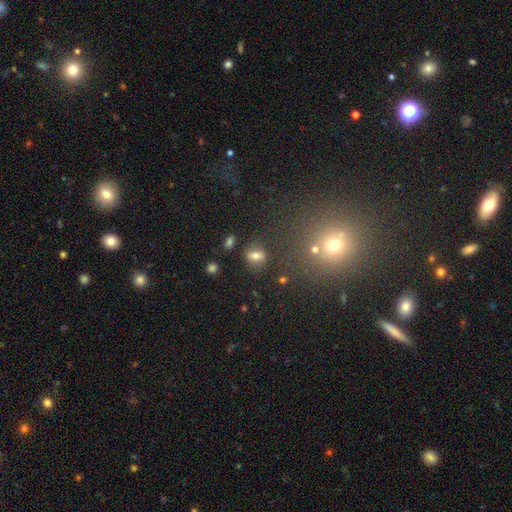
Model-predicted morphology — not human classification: smooth_or_featured: smooth (p=0.65) [alt: featured or disk p=0.18]
how_rounded: in between (p=0.56) [alt: round p=0.41]
merging: none (p=0.74) [alt: minor disturbance p=0.13]